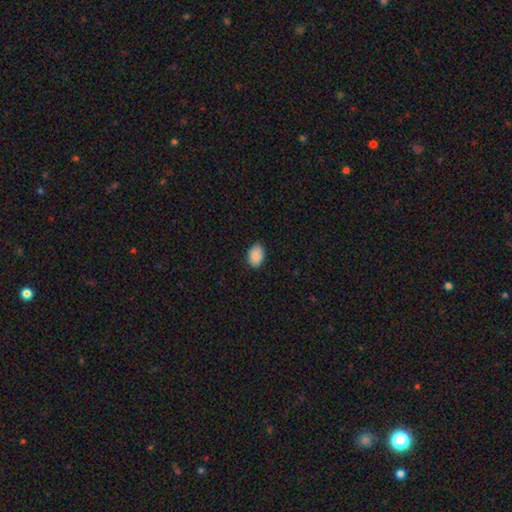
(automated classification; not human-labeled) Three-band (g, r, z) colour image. It shows a smooth galaxy with no disk features (88%) that is in between round and cigar-shaped (87%). Merging: none (82%).